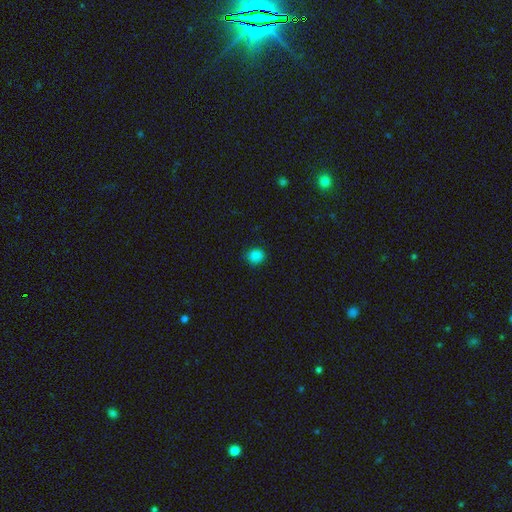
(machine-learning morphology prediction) Smooth or featured? Predicted: smooth (p=0.84). How rounded? Predicted: round (p=0.82). Merging? Predicted: none (p=0.88).